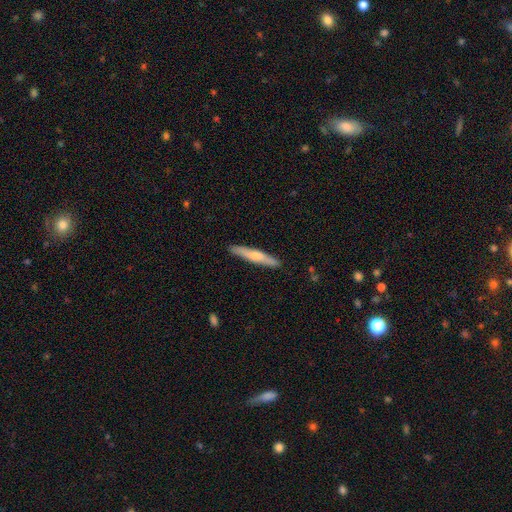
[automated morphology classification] Smooth or featured? Predicted: smooth (p=0.57). How rounded? Predicted: cigar-shaped (p=0.94). Merging? Predicted: none (p=0.90).